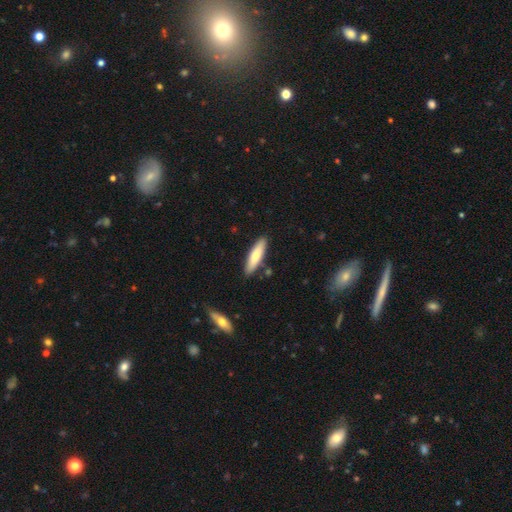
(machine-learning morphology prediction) Smooth or featured? Predicted: smooth (p=0.70). How rounded? Predicted: cigar-shaped (p=0.70). Merging? Predicted: none (p=0.86).